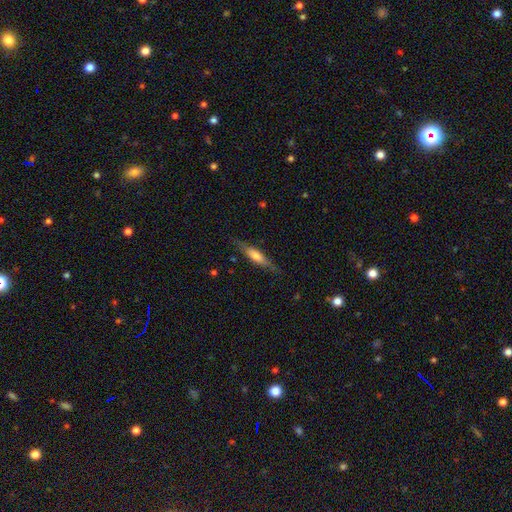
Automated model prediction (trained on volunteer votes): Q: Smooth or featured?
A: smooth (49%); runner-up: featured or disk (44%)
Q: Merging?
A: none (82%); runner-up: minor disturbance (13%)